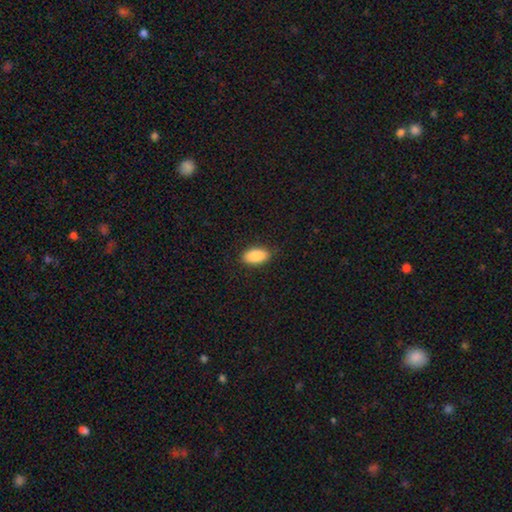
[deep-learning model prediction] This appears to be a smooth galaxy with no disk features (89%) that is in between round and cigar-shaped (94%). Merging: none (87%).